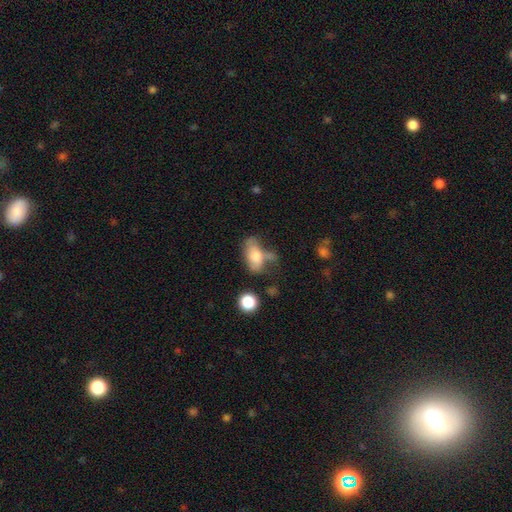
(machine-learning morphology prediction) smooth_or_featured: smooth (p=0.69) [alt: featured or disk p=0.22]
how_rounded: in between (p=0.89) [alt: round p=0.06]
merging: none (p=0.36) [alt: minor disturbance p=0.26]